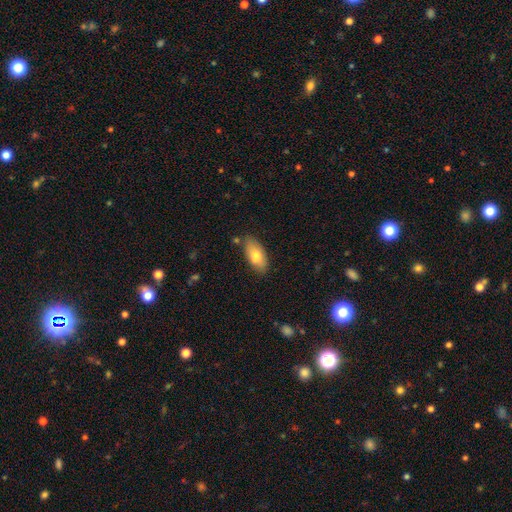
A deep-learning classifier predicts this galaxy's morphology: Smooth or featured?
  - smooth: 75% *
  - featured or disk: 18%
  - star or artifact: 7%
How rounded?
  - in between: 90% *
  - cigar-shaped: 7%
  - round: 3%
Merging?
  - none: 79% *
  - minor disturbance: 15%
  - merger: 3%
  - major disturbance: 3%